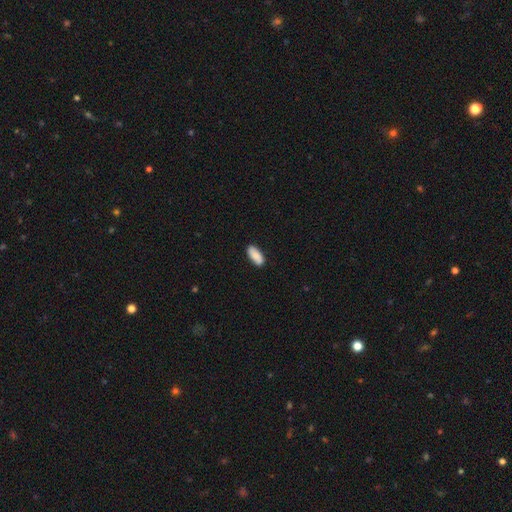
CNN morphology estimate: smooth_or_featured: smooth (p=0.87) [alt: featured or disk p=0.07]
how_rounded: in between (p=0.83) [alt: cigar-shaped p=0.15]
merging: none (p=0.86) [alt: minor disturbance p=0.11]